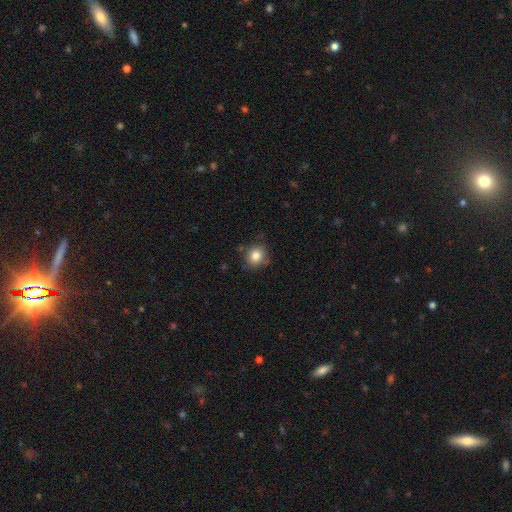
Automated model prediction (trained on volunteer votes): Overall: smooth (83%). How rounded: round (77%). Merging: none (78%).